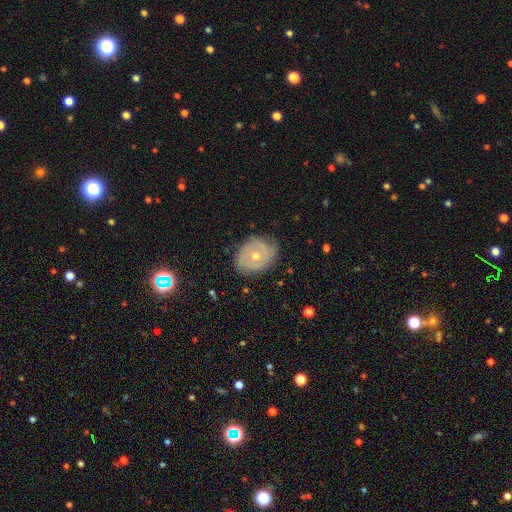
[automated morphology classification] type=featured or disk (69%); edge-on=no (96%); bar=no (81%); spiral arms=yes (76%); winding=tight (65%); arm count=can't tell (40%); bulge=moderate (54%); merging=none (71%).